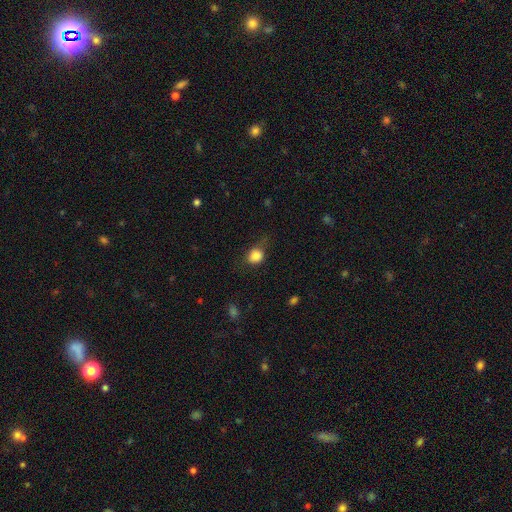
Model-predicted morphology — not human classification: A smooth galaxy with no disk features (82%) that is round (74%).

Vote fractions:
- Smooth or featured? smooth: 82% / star or artifact: 10% / featured or disk: 7%
- How rounded? round: 74% / in between: 25% / cigar-shaped: 1%
- Merging? none: 61% / minor disturbance: 27% / major disturbance: 11% / merger: 2%